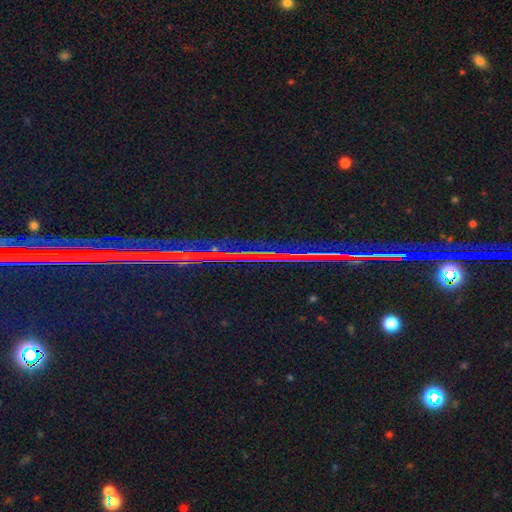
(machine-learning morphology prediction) Smooth or featured? star or artifact (84%)